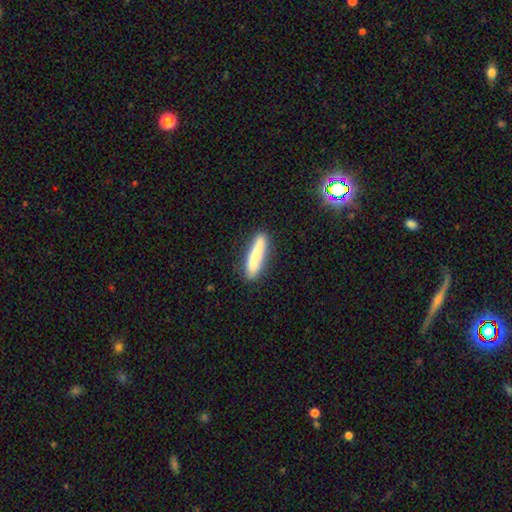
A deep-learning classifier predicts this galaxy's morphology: Smooth or featured?
  - smooth: 78% *
  - featured or disk: 16%
  - star or artifact: 6%
How rounded?
  - cigar-shaped: 86% *
  - in between: 13%
  - round: 2%
Merging?
  - none: 83% *
  - minor disturbance: 12%
  - major disturbance: 2%
  - merger: 2%